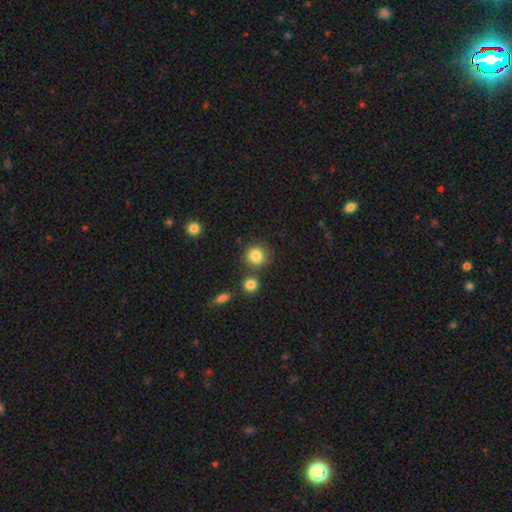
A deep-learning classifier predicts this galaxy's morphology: Smooth or featured?
  - smooth: 84% *
  - star or artifact: 10%
  - featured or disk: 6%
How rounded?
  - round: 86% *
  - in between: 13%
  - cigar-shaped: 1%
Merging?
  - none: 75% *
  - minor disturbance: 11%
  - merger: 10%
  - major disturbance: 3%